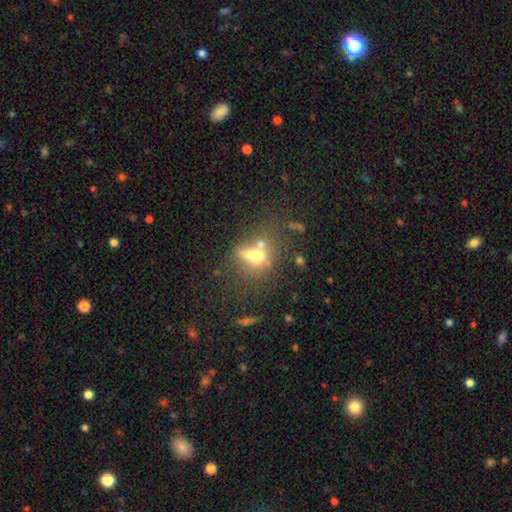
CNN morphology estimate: The model was most divided on "how rounded": in between: 49%, round: 41%, cigar-shaped: 10%. Remaining: smooth or featured — smooth (51%); merging — merger (44%).